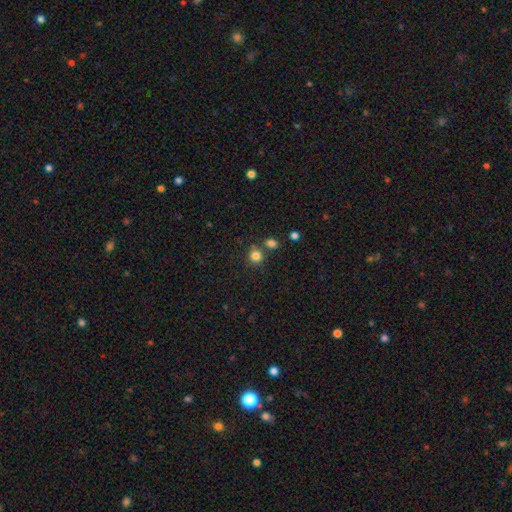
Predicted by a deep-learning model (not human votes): This appears to be a smooth galaxy with no disk features (81%) that is round (85%). Merging: none (70%).